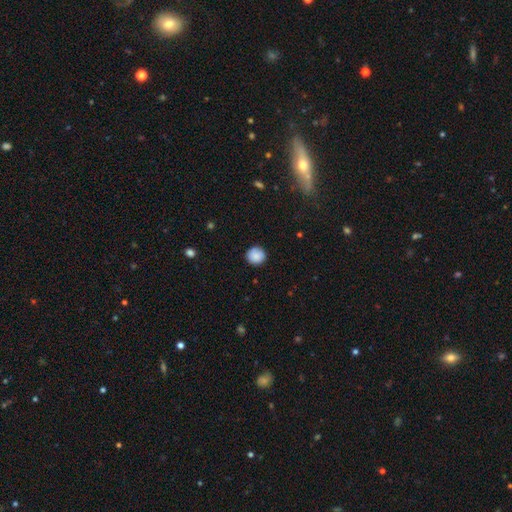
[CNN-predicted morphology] Smooth or featured: smooth — 87% (star or artifact — 8%)
How rounded: round — 92% (in between — 7%)
Merging: none — 87% (minor disturbance — 10%)